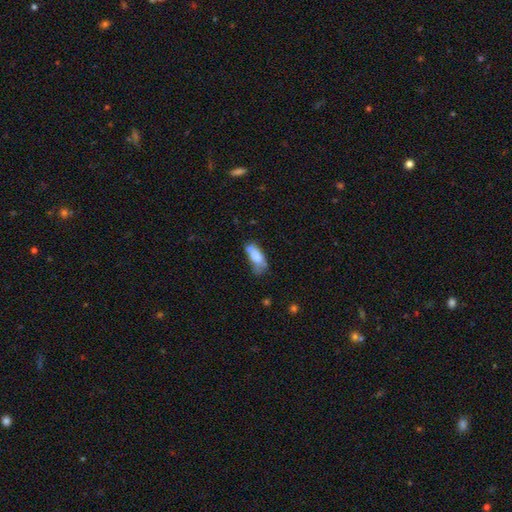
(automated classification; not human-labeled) This appears to be a smooth galaxy with no disk features (69%) that is in between round and cigar-shaped (81%). Merging: none (33%, tied with minor disturbance).